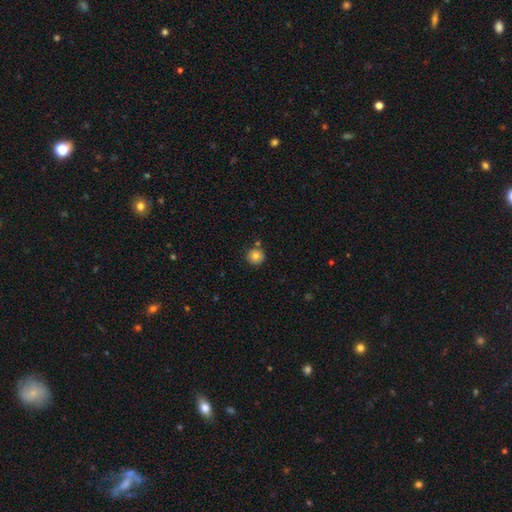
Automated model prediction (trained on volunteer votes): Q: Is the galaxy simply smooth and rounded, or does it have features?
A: smooth — 79%.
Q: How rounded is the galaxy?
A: round — 93%.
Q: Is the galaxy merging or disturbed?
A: none — 82%.